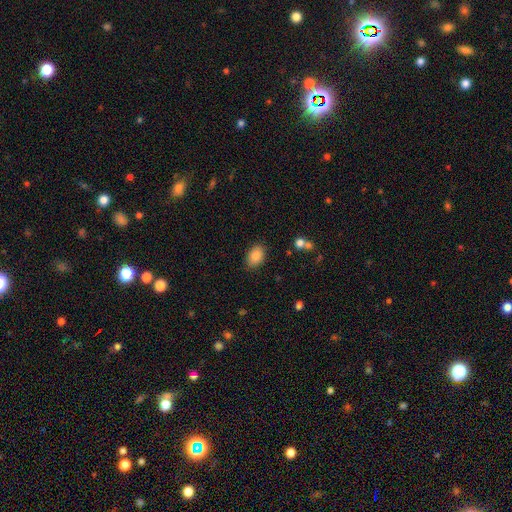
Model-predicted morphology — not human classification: This appears to be a smooth galaxy with no disk features (87%) that is in between round and cigar-shaped (85%). Merging: none (85%).